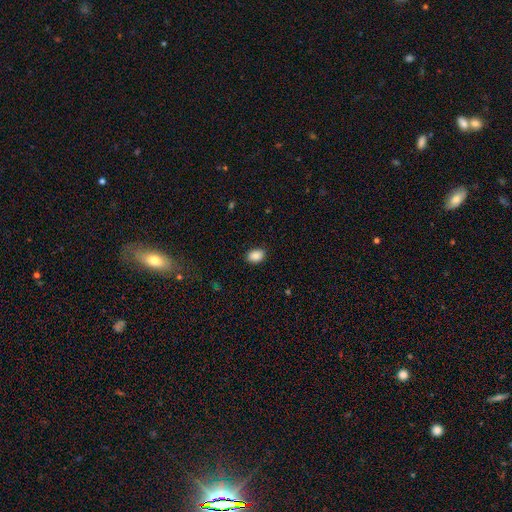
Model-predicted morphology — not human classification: Smooth or featured: smooth — 89% (star or artifact — 8%)
How rounded: in between — 79% (round — 20%)
Merging: none — 88% (minor disturbance — 9%)